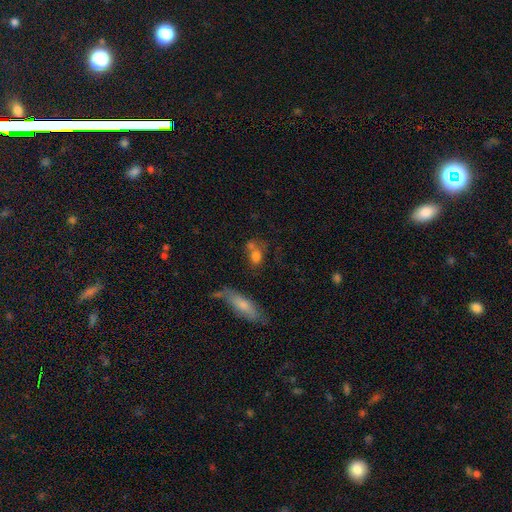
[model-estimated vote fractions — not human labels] Smooth or featured?
  - smooth: 71% *
  - featured or disk: 17%
  - star or artifact: 12%
How rounded?
  - in between: 58% *
  - round: 33%
  - cigar-shaped: 8%
Merging?
  - none: 39% *
  - merger: 36%
  - minor disturbance: 15%
  - major disturbance: 10%